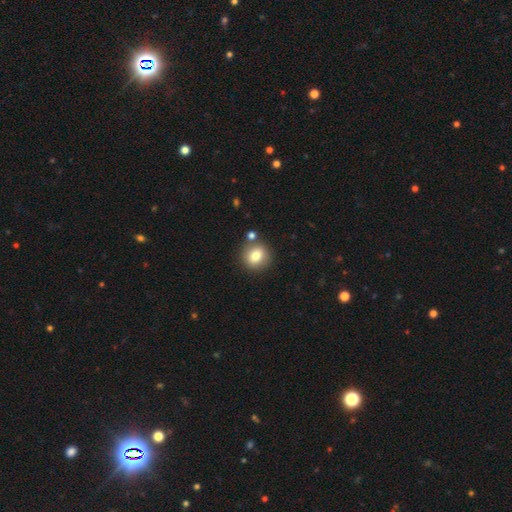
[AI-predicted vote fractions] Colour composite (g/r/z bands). It shows a smooth galaxy with no disk features (78%) that is round (86%). Merging: none (80%).